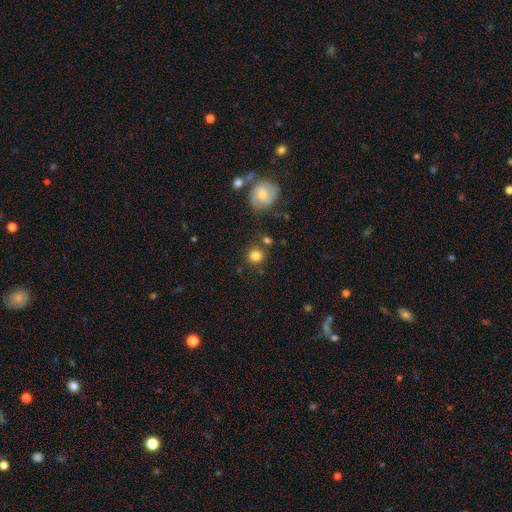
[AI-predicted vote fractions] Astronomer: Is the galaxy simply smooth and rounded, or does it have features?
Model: smooth — 81%.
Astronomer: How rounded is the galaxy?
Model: round — 89%.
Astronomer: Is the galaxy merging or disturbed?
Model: none — 77%.